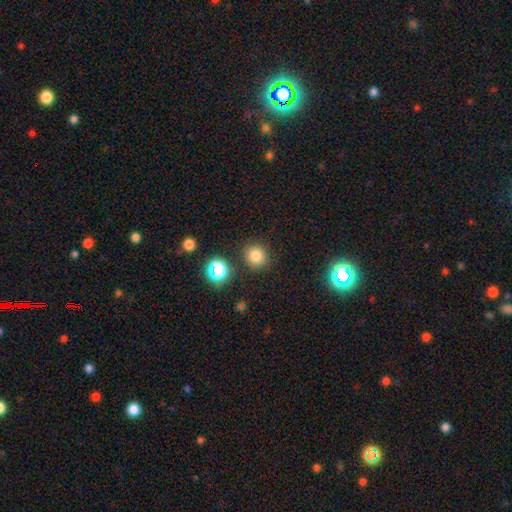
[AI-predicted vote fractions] smooth_or_featured: smooth (p=0.78) [alt: star or artifact p=0.16]
how_rounded: round (p=0.88) [alt: in between p=0.12]
merging: none (p=0.86) [alt: minor disturbance p=0.08]